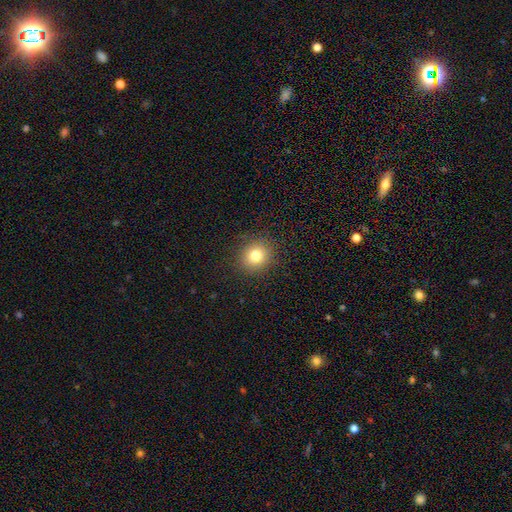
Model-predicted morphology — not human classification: A smooth galaxy with no disk features (79%) that is round (83%).

Vote fractions:
- Smooth or featured? smooth: 79% / star or artifact: 13% / featured or disk: 8%
- How rounded? round: 83% / in between: 16% / cigar-shaped: 1%
- Merging? none: 89% / minor disturbance: 7% / major disturbance: 3% / merger: 1%